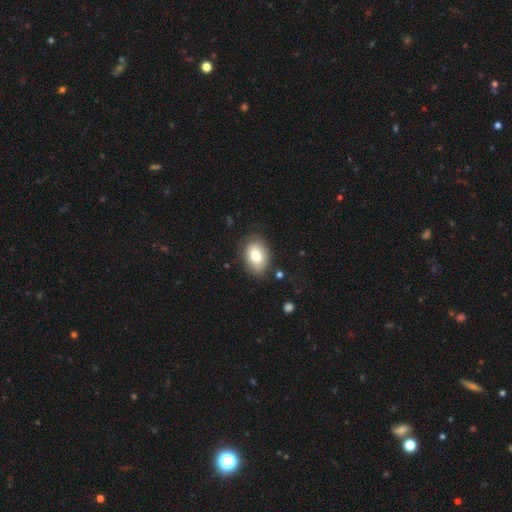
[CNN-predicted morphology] Smooth or featured? smooth (76%)
How rounded? in between (78%)
Merging? none (80%)